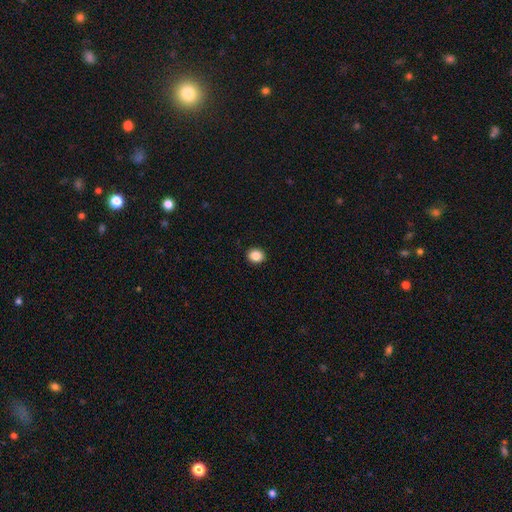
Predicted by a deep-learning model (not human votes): This is clearly a smooth galaxy (88%). How rounded: likely round (66%). Merging: clearly none (92%).